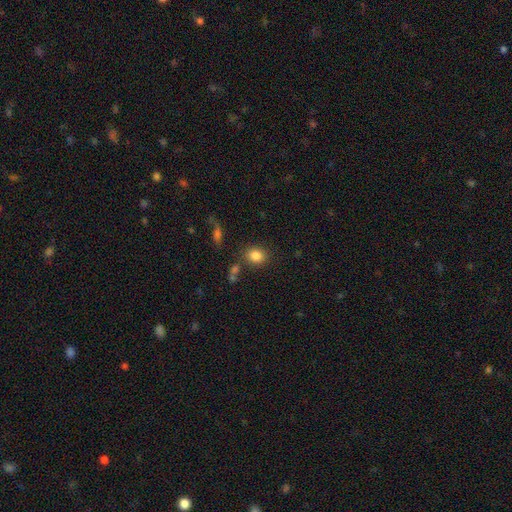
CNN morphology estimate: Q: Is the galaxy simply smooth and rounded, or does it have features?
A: smooth — 84%.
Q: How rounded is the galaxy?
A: round — 56%.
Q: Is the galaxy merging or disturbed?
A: none — 79%.